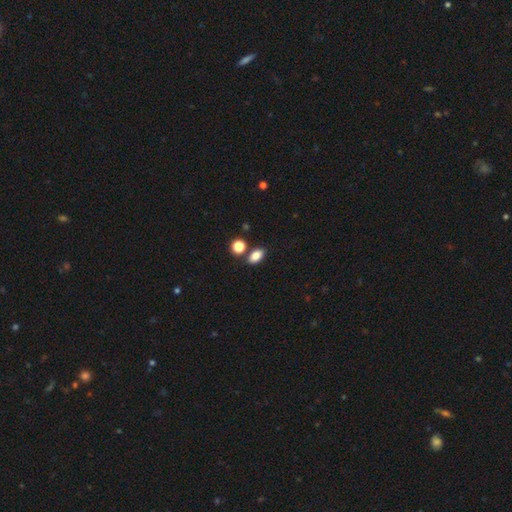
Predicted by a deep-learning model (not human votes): Smooth or featured: smooth — 83% (star or artifact — 10%)
How rounded: in between — 85% (round — 12%)
Merging: none — 76% (merger — 11%)